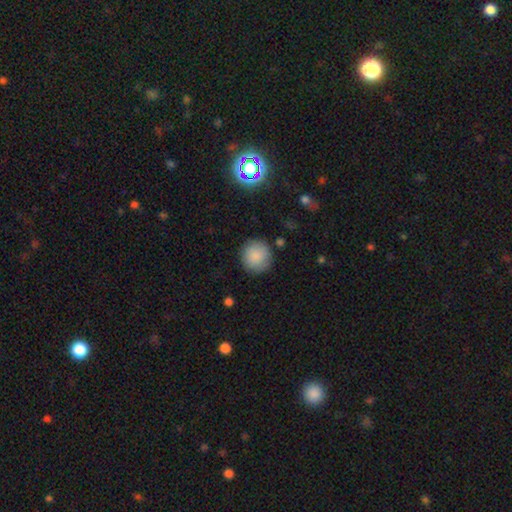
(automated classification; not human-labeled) smooth 87%, star or artifact 8%, featured or disk 5%. Down the decision tree: how rounded — round (92%); merging — none (87%).